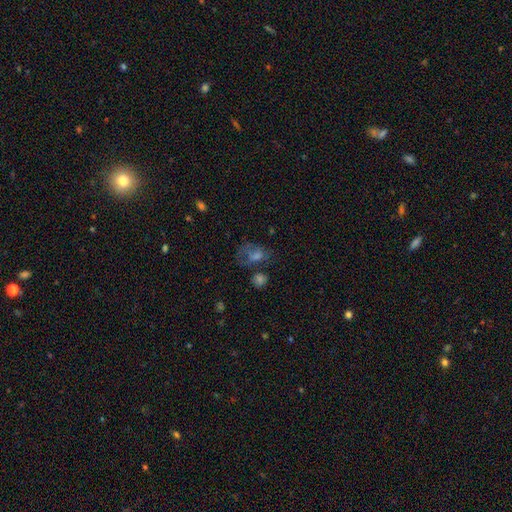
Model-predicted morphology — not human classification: This appears to be a smooth galaxy with no disk features (37%). Merging: none (42%).